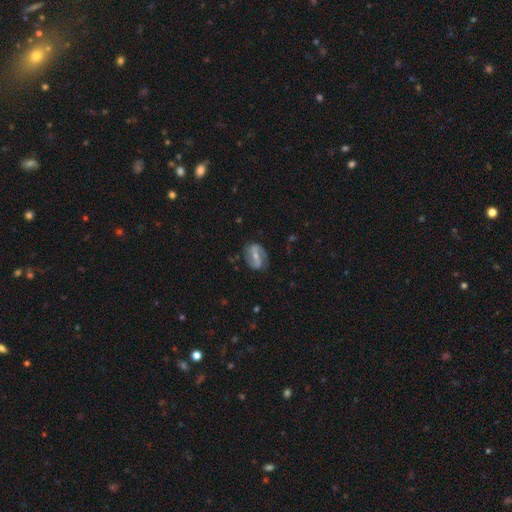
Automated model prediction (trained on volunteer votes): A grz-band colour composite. It shows a featured or disk galaxy (81%) with a strong bar (54%), 2 (90%) medium (42%) spiral arms (89%) and a small central bulge (53%). Merging: none (80%).